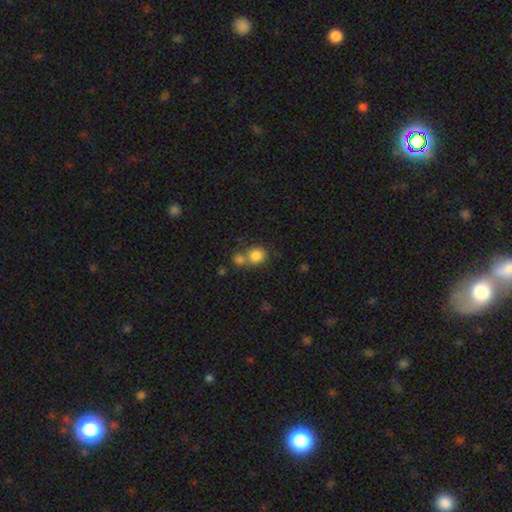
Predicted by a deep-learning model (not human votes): Smooth or featured? smooth (81%)
How rounded? round (82%)
Merging? none (46%)